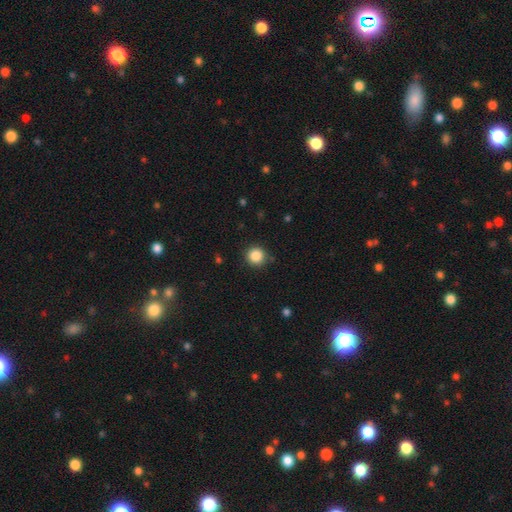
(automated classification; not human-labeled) This is clearly a smooth galaxy (86%). How rounded: clearly round (95%). Merging: clearly none (89%).